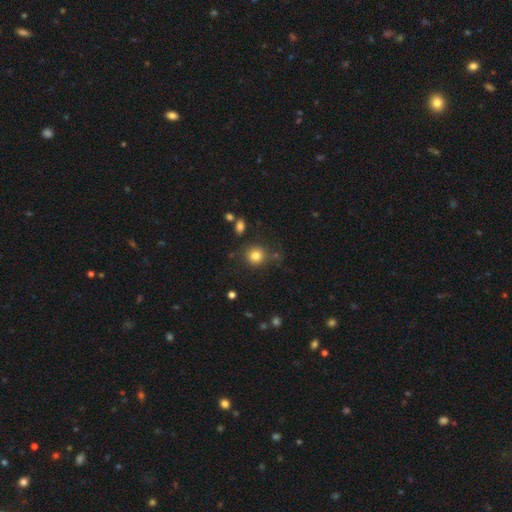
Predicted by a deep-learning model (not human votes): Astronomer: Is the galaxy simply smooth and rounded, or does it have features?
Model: smooth — 81%.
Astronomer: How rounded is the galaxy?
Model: round — 89%.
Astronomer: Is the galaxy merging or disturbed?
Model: none — 83%.